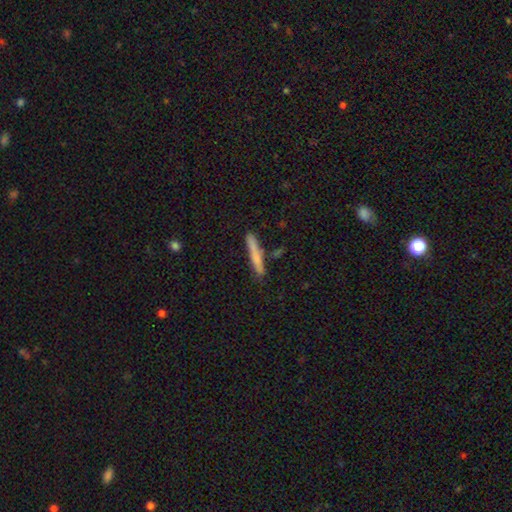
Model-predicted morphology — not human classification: Smooth or featured?
  - smooth: 69% *
  - featured or disk: 25%
  - star or artifact: 6%
How rounded?
  - cigar-shaped: 94% *
  - in between: 4%
  - round: 2%
Merging?
  - none: 78% *
  - minor disturbance: 14%
  - merger: 6%
  - major disturbance: 3%